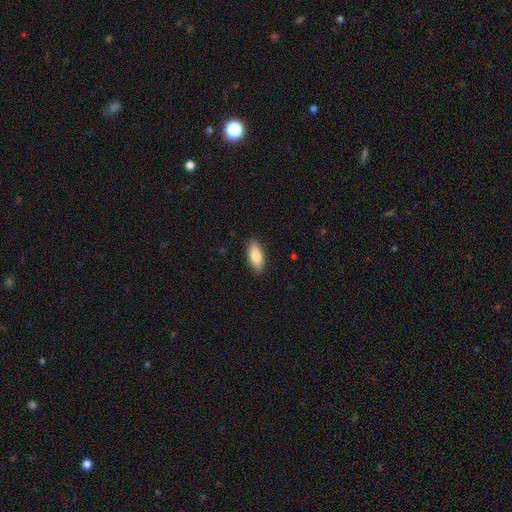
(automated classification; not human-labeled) smooth-or-featured: smooth: 85% | featured or disk: 9% | star or artifact: 6%
  how-rounded: in between: 84% | cigar-shaped: 14% | round: 2%
  merging: none: 89% | minor disturbance: 8% | major disturbance: 2% | merger: 1%